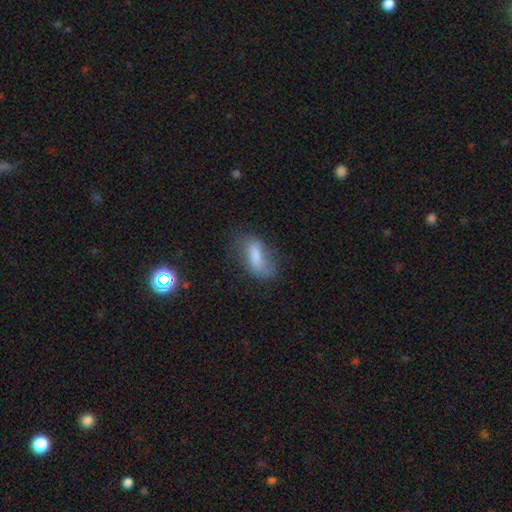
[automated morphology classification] Smooth or featured? smooth (62%)
How rounded? in between (77%)
Merging? none (56%)